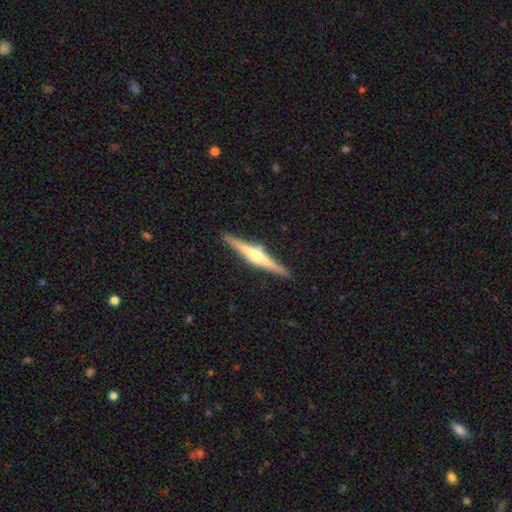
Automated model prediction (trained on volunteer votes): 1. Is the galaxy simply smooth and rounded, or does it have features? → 79% featured or disk, 16% smooth, 5% star or artifact.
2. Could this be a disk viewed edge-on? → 98% yes, 2% no.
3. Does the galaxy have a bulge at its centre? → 93% rounded, 4% boxy, 3% none.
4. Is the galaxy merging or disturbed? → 91% none, 6% minor disturbance, 1% major disturbance, 1% merger.